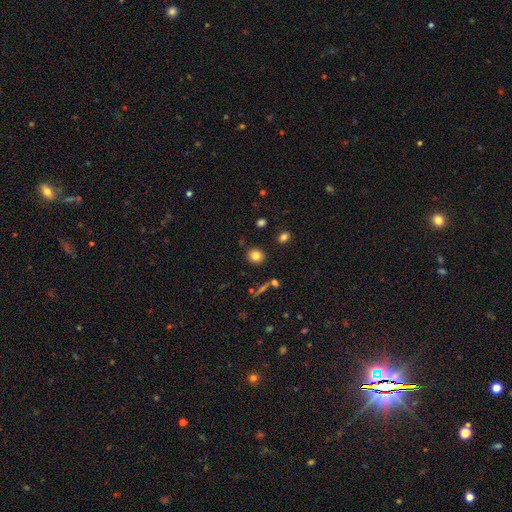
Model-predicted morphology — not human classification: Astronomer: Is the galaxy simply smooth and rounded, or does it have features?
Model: smooth — 81%.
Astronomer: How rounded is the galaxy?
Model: round — 82%.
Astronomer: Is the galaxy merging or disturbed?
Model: none — 87%.